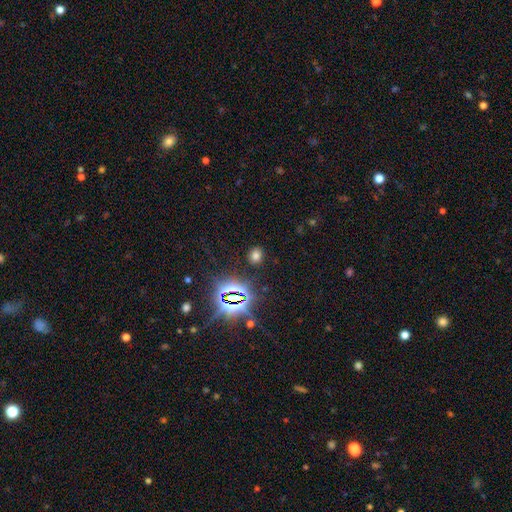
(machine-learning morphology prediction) smooth_or_featured: smooth (p=0.65) [alt: star or artifact p=0.29]
how_rounded: round (p=0.70) [alt: in between p=0.29]
merging: none (p=0.87) [alt: minor disturbance p=0.08]